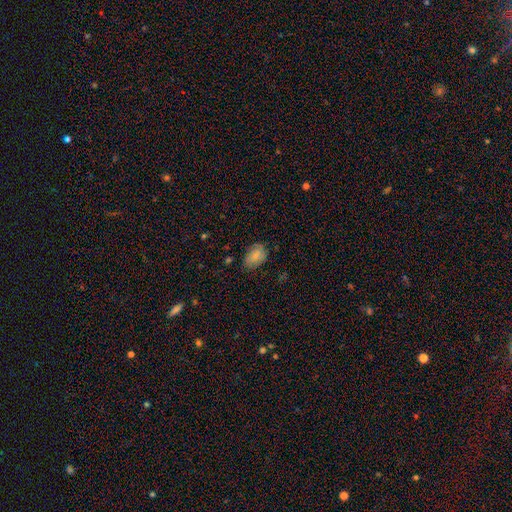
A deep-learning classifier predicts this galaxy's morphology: Smooth or featured? Predicted: smooth (p=0.78). How rounded? Predicted: in between (p=0.86). Merging? Predicted: none (p=0.72).